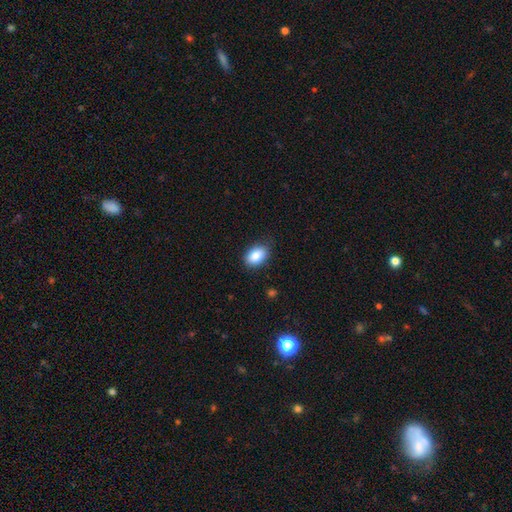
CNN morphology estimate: Q: Smooth or featured?
A: smooth (86%); runner-up: star or artifact (8%)
Q: How rounded?
A: in between (85%); runner-up: round (13%)
Q: Merging?
A: none (82%); runner-up: minor disturbance (14%)